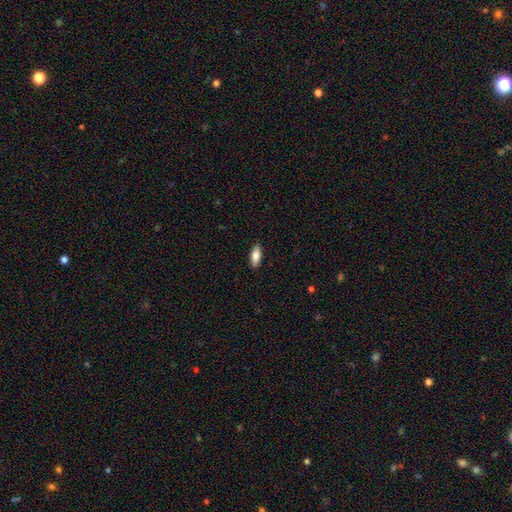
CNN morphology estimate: A smooth galaxy with no disk features (81%) that is in between round and cigar-shaped (78%).

Vote fractions:
- Smooth or featured? smooth: 81% / featured or disk: 13% / star or artifact: 6%
- How rounded? in between: 78% / cigar-shaped: 20% / round: 2%
- Merging? none: 89% / minor disturbance: 8% / major disturbance: 2% / merger: 1%